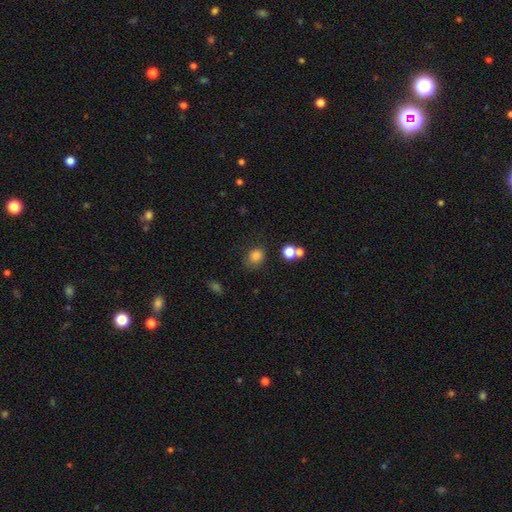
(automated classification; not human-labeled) This is clearly a smooth galaxy (82%). How rounded: likely round (65%). Merging: likely none (69%).